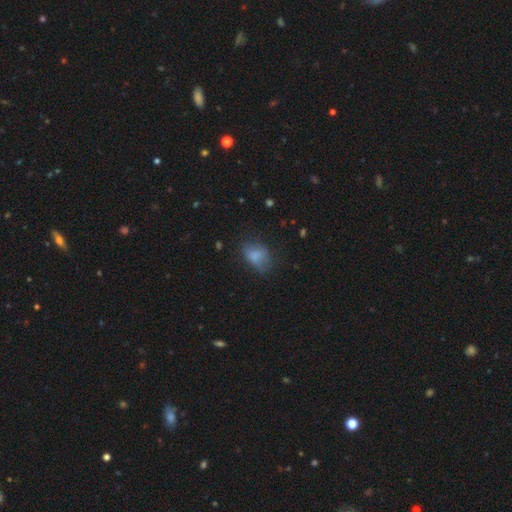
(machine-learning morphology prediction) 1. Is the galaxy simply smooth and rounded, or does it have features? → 75% smooth, 15% featured or disk, 11% star or artifact.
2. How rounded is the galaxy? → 76% in between, 22% round, 2% cigar-shaped.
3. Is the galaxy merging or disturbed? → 52% none, 30% minor disturbance, 16% major disturbance, 2% merger.